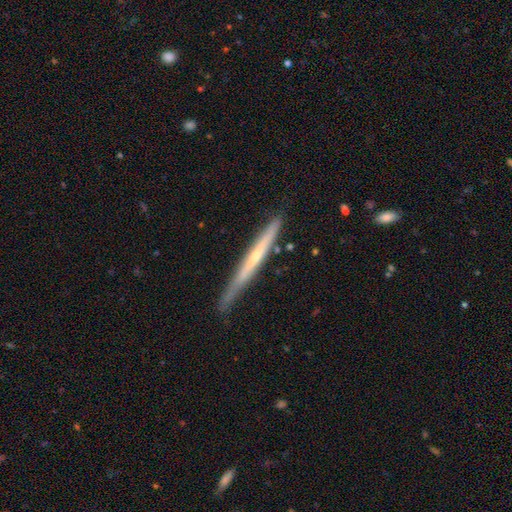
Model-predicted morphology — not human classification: Smooth or featured? featured or disk (62%)
Edge-on disk? yes (96%)
Edge-on bulge? none (49%)
Merging? none (74%)